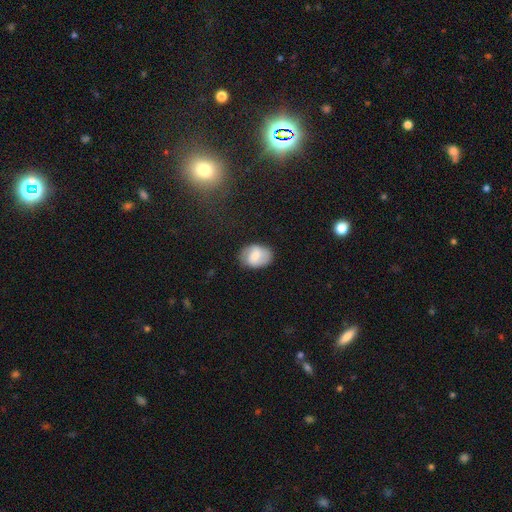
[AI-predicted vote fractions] Overall: smooth (61%; featured or disk 31%). How rounded: in between (71%). Merging: none (78%).